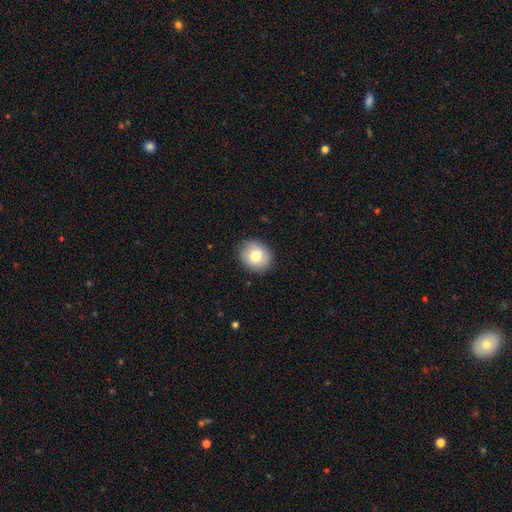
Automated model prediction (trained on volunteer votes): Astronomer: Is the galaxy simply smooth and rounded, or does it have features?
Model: smooth — 79%.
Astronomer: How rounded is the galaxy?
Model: round — 70%.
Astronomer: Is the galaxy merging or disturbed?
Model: none — 86%.